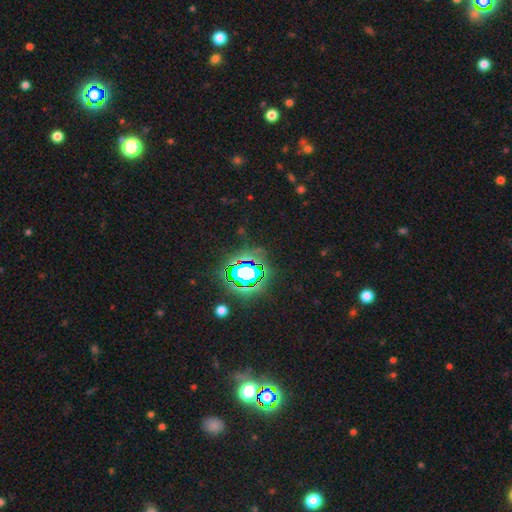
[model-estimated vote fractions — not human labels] A star or artifact, not a galaxy (81%).